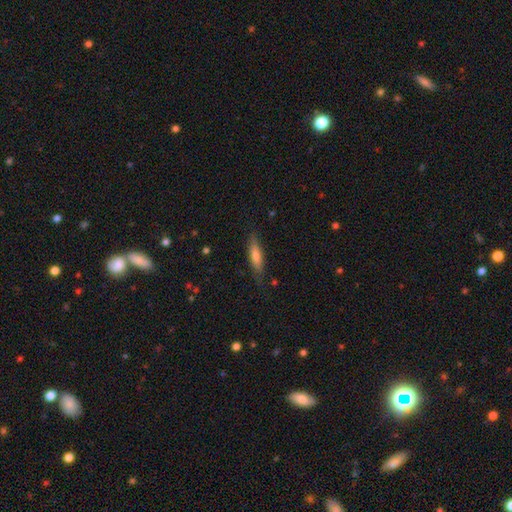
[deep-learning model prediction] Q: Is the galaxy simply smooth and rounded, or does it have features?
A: smooth — 65%.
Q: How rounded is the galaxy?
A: cigar-shaped — 76%.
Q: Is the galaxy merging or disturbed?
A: none — 77%.